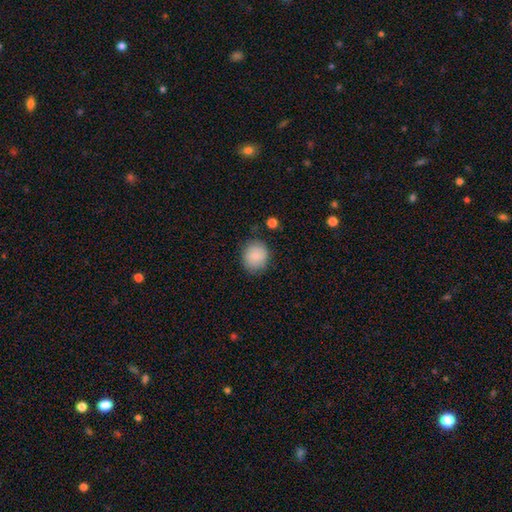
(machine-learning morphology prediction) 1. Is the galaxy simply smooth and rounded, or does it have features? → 83% smooth, 10% featured or disk, 7% star or artifact.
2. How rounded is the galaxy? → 81% round, 18% in between, 1% cigar-shaped.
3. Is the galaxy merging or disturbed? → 81% none, 14% minor disturbance, 4% major disturbance, 2% merger.